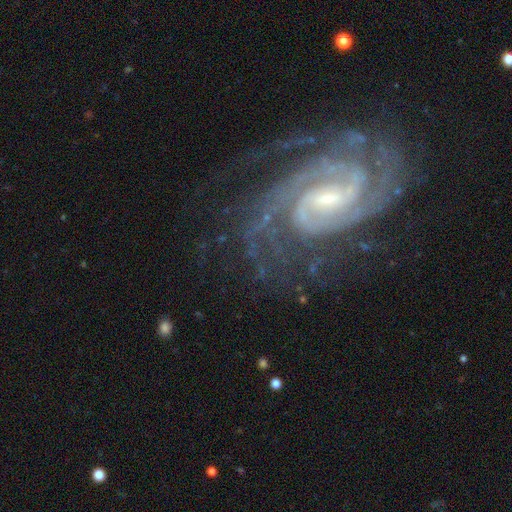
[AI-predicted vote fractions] featured or disk 92%, star or artifact 5%, smooth 3%. Down the decision tree: edge-on disk — no (97%); bar — weak (51%); spiral arms — yes (99%); spiral arm count — 2 (40%); spiral winding — tight (64%); bulge size — small (60%); merging — none (71%).